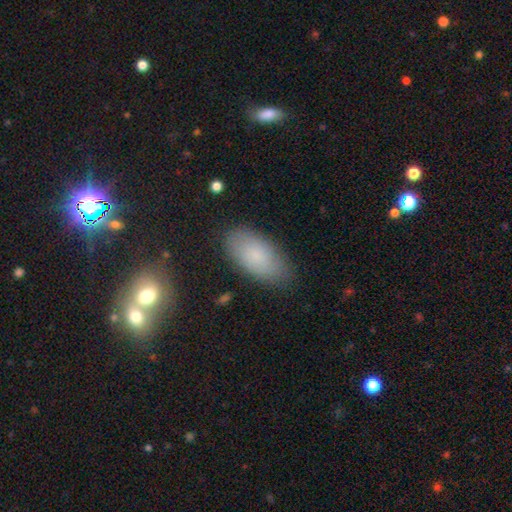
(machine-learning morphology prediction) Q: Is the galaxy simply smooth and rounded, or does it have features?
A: smooth — 79%.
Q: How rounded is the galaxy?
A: in between — 94%.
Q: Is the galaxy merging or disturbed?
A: none — 82%.